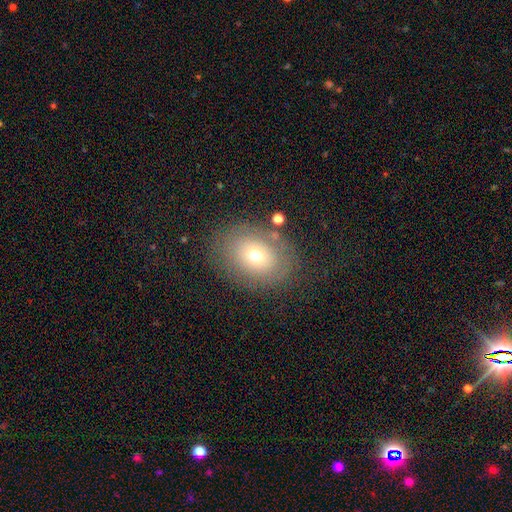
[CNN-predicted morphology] smooth_or_featured: smooth (p=0.62) [alt: featured or disk p=0.25]
how_rounded: in between (p=0.58) [alt: round p=0.41]
merging: none (p=0.76) [alt: minor disturbance p=0.14]